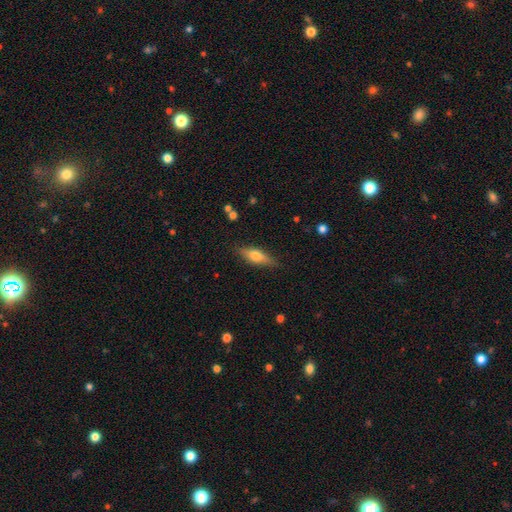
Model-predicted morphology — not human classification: The model was most divided on "how rounded": in between: 52%, cigar-shaped: 45%, round: 3%. More confident: merging — none (82%); smooth or featured — smooth (57%).